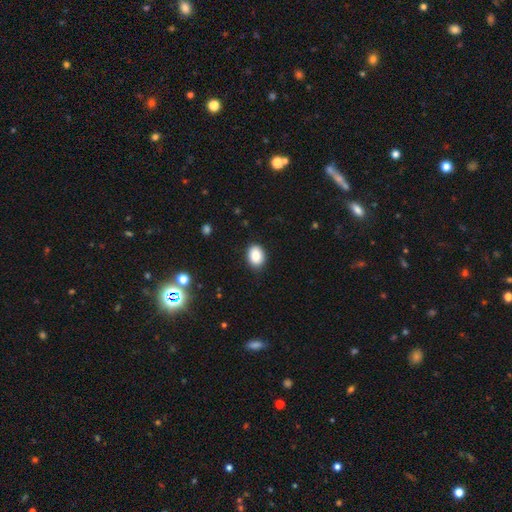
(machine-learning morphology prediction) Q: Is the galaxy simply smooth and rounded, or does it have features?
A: smooth — 87%.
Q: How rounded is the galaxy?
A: in between — 74%.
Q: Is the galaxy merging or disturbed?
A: none — 87%.